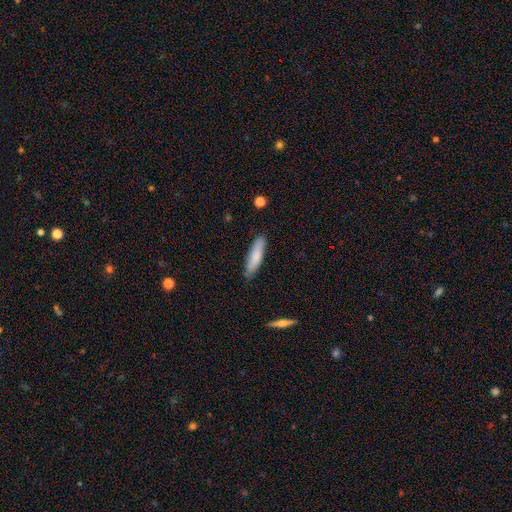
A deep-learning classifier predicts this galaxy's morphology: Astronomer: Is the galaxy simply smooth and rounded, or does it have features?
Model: smooth — 79%.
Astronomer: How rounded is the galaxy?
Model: cigar-shaped — 71%.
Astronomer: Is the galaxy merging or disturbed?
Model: none — 80%.